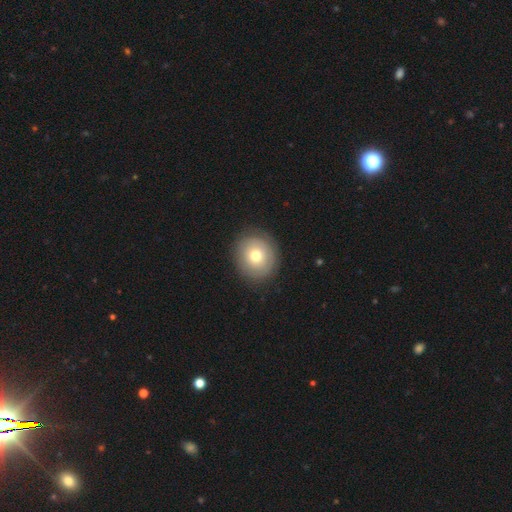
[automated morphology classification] This appears to be a smooth galaxy with no disk features (67%) that is round (86%). Merging: none (86%).